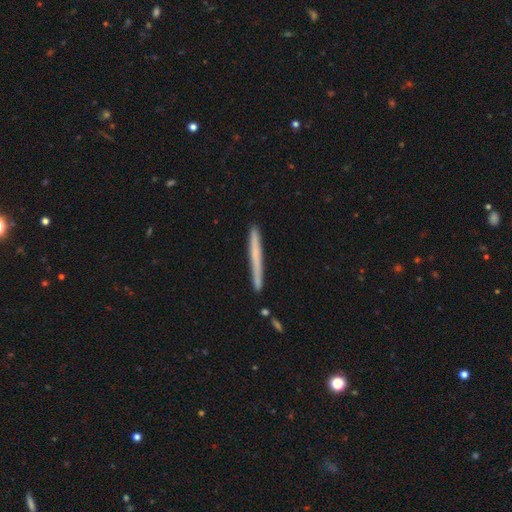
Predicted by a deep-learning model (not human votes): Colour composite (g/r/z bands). It shows a smooth galaxy with no disk features (55%) that is cigar-shaped (97%). Merging: none (89%).